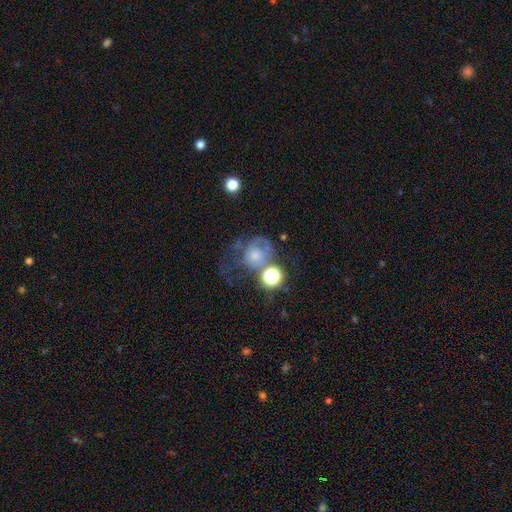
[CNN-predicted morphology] A smooth galaxy with no disk features (49%). Merging: major disturbance (33%).